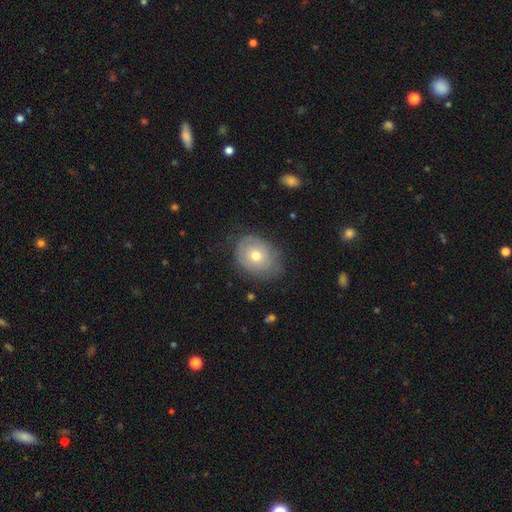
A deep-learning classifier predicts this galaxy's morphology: Smooth or featured? smooth (57%)
How rounded? in between (59%)
Merging? none (66%)